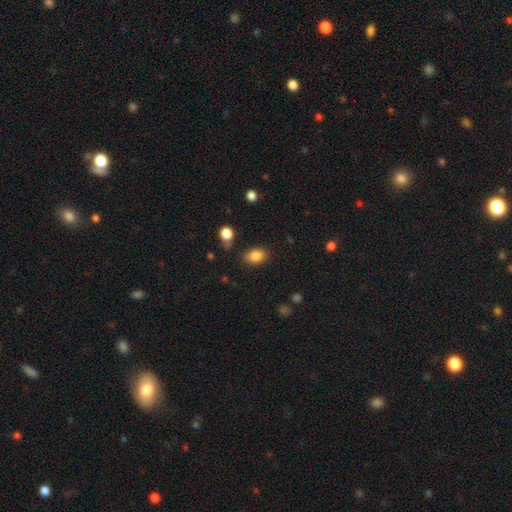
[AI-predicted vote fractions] Smooth or featured?
  - smooth: 85% *
  - star or artifact: 9%
  - featured or disk: 6%
How rounded?
  - in between: 80% *
  - round: 19%
  - cigar-shaped: 1%
Merging?
  - none: 75% *
  - minor disturbance: 17%
  - major disturbance: 4%
  - merger: 3%